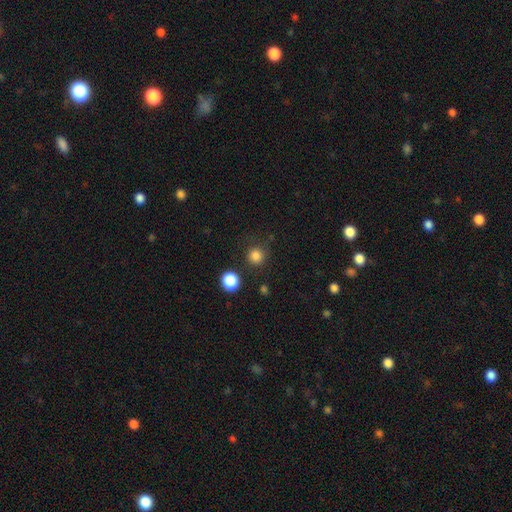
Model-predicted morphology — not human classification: Smooth or featured? smooth (83%)
How rounded? round (93%)
Merging? none (83%)